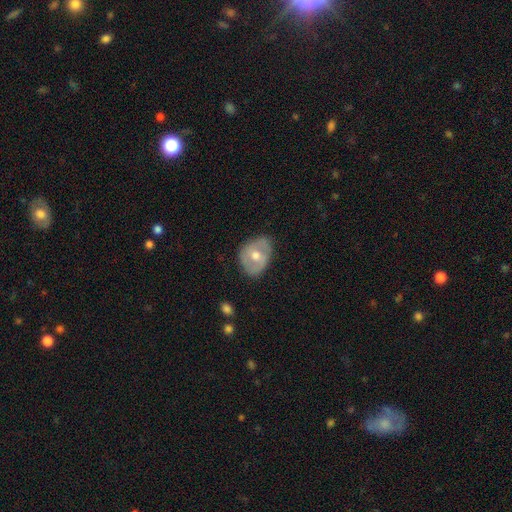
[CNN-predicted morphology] This appears to be a featured or disk galaxy (51%). Merging: none (69%).